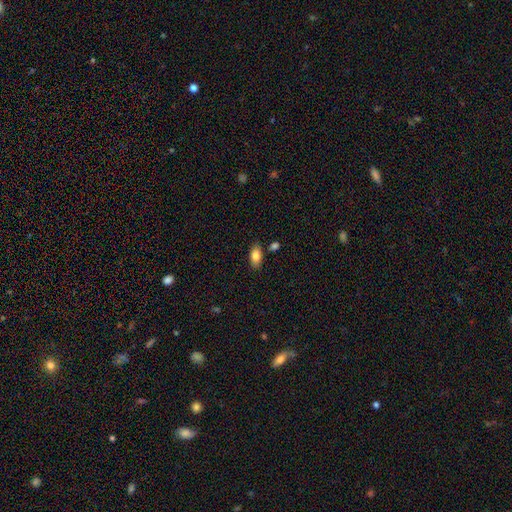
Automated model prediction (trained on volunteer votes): Smooth or featured? Predicted: smooth (p=0.83). How rounded? Predicted: in between (p=0.90). Merging? Predicted: none (p=0.80).